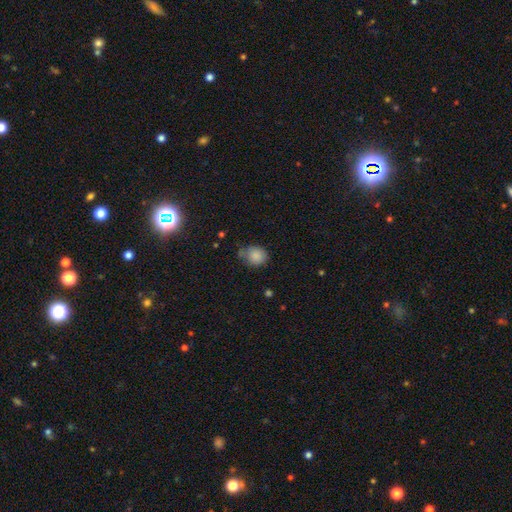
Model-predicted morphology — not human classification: smooth_or_featured: smooth (p=0.84) [alt: star or artifact p=0.09]
how_rounded: round (p=0.66) [alt: in between p=0.33]
merging: none (p=0.56) [alt: minor disturbance p=0.30]